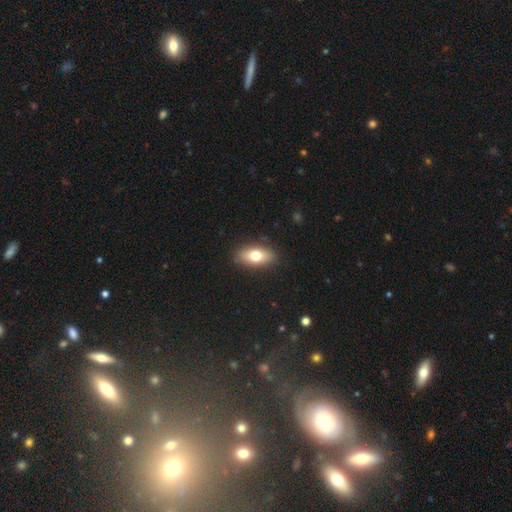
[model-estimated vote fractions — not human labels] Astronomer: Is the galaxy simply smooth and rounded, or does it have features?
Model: smooth — 73%.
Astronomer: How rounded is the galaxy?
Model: in between — 85%.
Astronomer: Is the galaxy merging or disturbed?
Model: none — 87%.